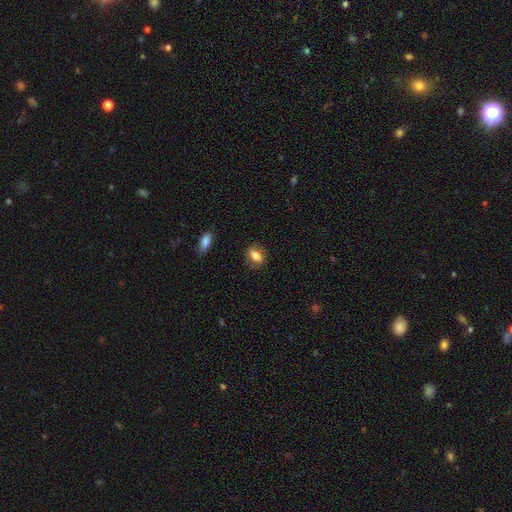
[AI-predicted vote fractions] smooth 78%, featured or disk 14%, star or artifact 8%. Down the decision tree: how rounded — in between (77%); merging — none (83%).